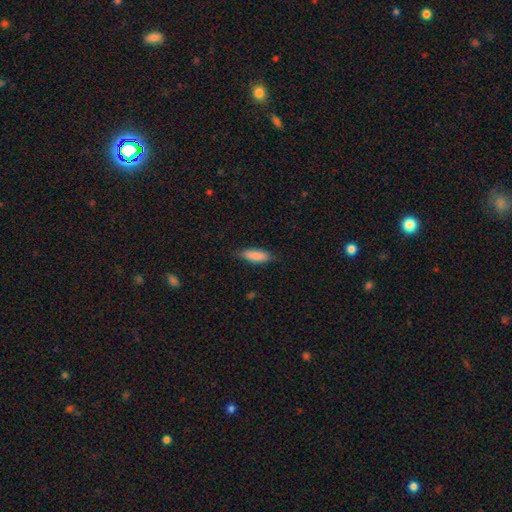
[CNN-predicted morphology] Smooth or featured? smooth (87%)
How rounded? in between (62%)
Merging? none (82%)